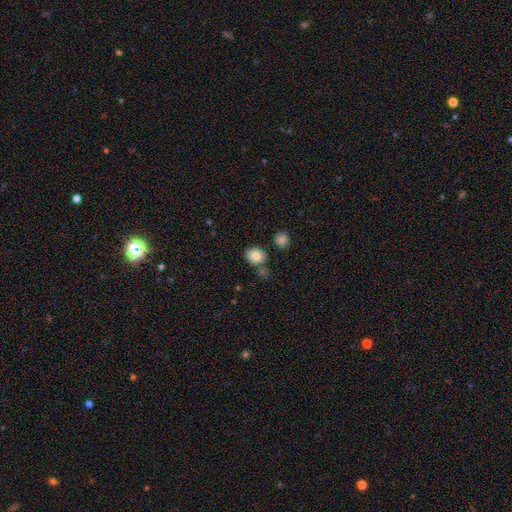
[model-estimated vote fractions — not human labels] The model was most divided on "how rounded": round: 50%, in between: 49%, cigar-shaped: 1%. More confident: smooth or featured — smooth (83%); merging — none (70%).